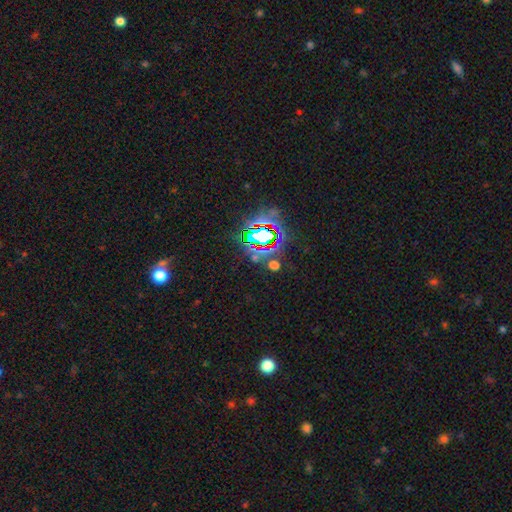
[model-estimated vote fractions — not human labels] Smooth or featured? Predicted: star or artifact (p=0.78).